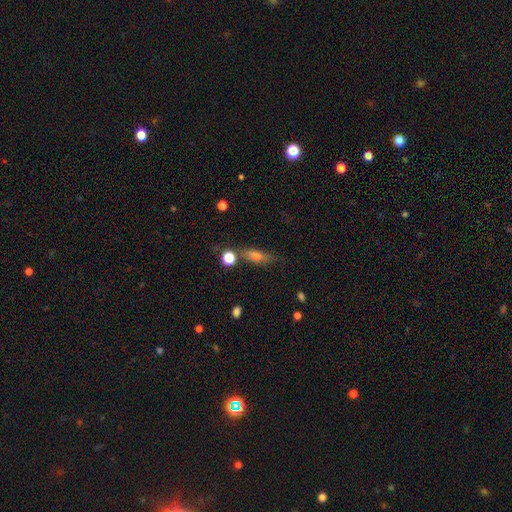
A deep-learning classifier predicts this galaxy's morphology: type=smooth (57%); roundness=in between (49%); merging=none (70%).